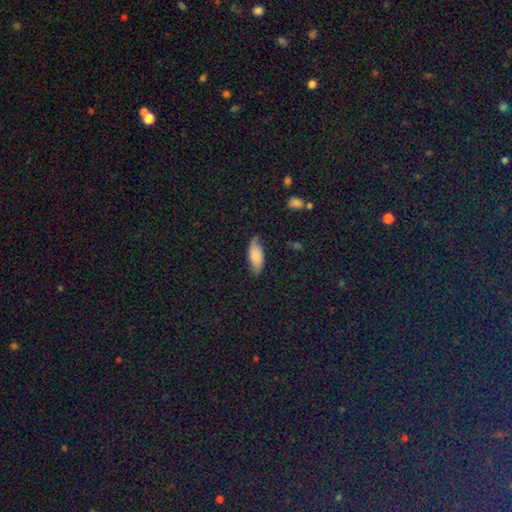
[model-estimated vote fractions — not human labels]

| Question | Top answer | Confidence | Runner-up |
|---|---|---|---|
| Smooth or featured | smooth | 69% | featured or disk (23%) |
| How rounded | in between | 82% | cigar-shaped (16%) |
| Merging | none | 71% | minor disturbance (22%) |